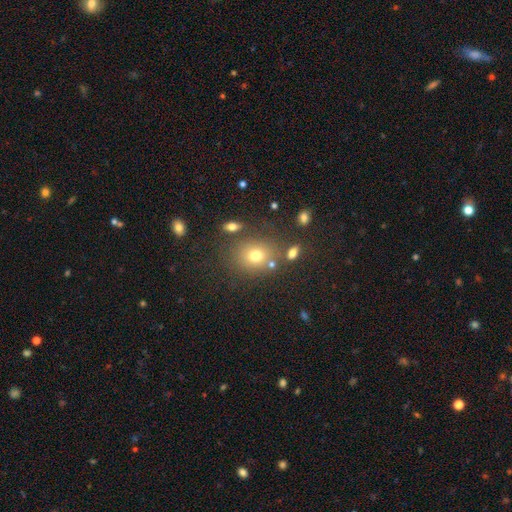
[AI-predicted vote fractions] Overall: smooth (72%). How rounded: round (63%; in between 35%). Merging: none (74%).